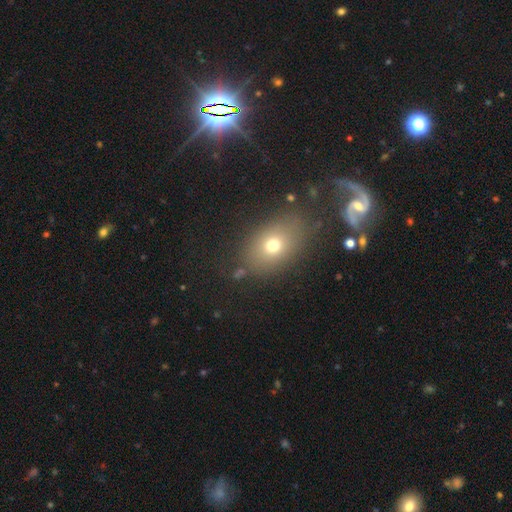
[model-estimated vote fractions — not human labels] Q: Smooth or featured?
A: smooth (46%); runner-up: star or artifact (30%)
Q: Merging?
A: none (71%); runner-up: minor disturbance (12%)